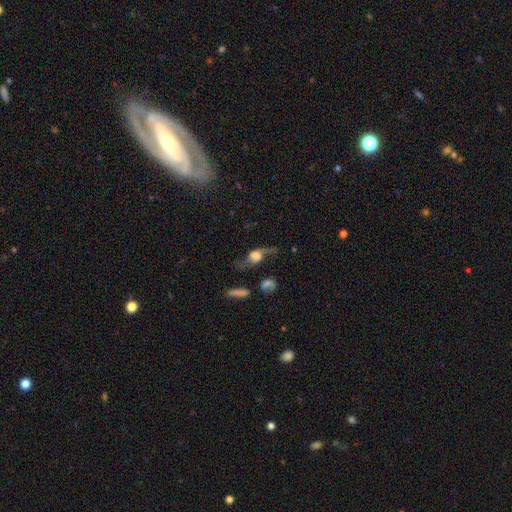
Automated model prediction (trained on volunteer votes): Smooth or featured? featured or disk (63%)
Edge-on disk? no (52%)
Merging? none (52%)